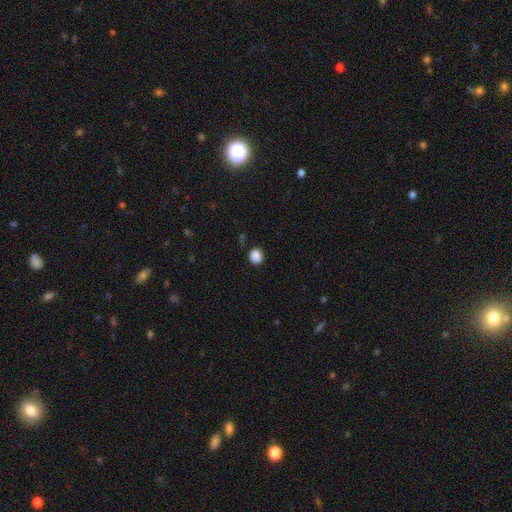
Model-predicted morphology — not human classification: smooth_or_featured: smooth (p=0.88) [alt: star or artifact p=0.09]
how_rounded: round (p=0.75) [alt: in between p=0.24]
merging: none (p=0.87) [alt: minor disturbance p=0.09]